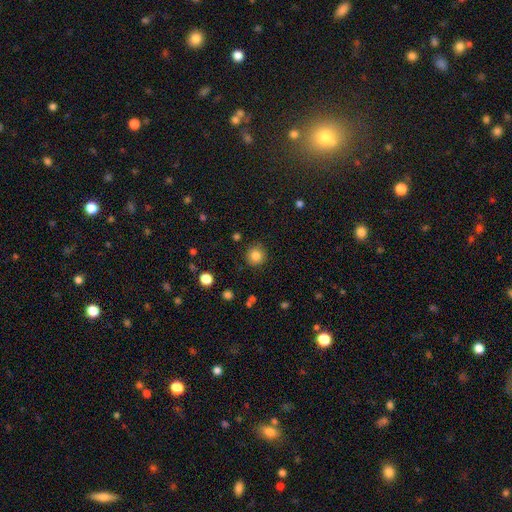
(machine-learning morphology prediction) The model was most divided on "smooth or featured": smooth: 83%, star or artifact: 11%, featured or disk: 6%. More confident: how rounded — round (92%); merging — none (89%).